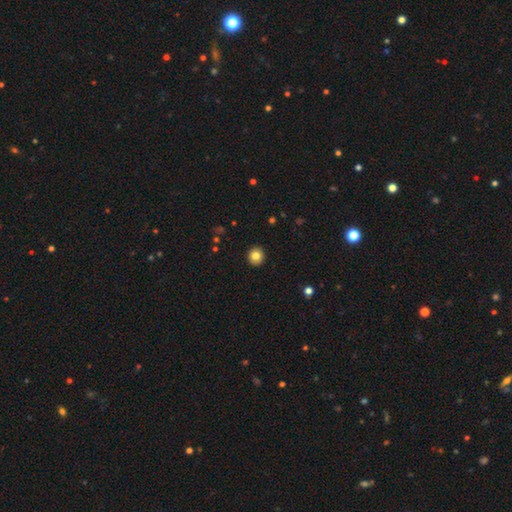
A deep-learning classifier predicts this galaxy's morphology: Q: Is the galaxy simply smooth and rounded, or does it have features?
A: smooth — 83%.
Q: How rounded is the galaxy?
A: round — 91%.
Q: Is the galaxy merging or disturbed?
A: none — 93%.